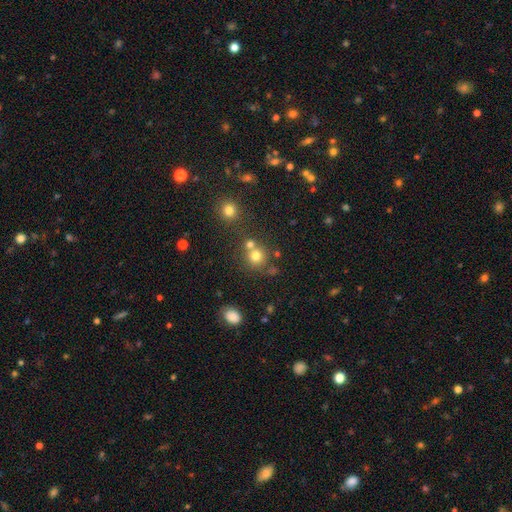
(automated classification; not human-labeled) This appears to be a smooth galaxy with no disk features (75%) that is round (89%). Merging: none (61%).